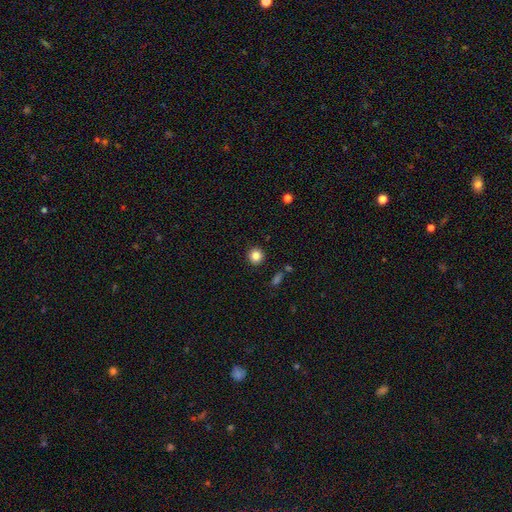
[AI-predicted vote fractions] smooth_or_featured: smooth (p=0.85) [alt: star or artifact p=0.11]
how_rounded: round (p=0.92) [alt: in between p=0.07]
merging: none (p=0.91) [alt: minor disturbance p=0.06]